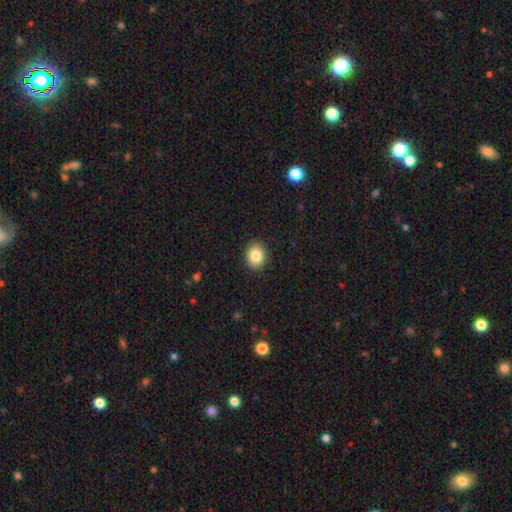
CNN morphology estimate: smooth_or_featured: smooth (p=0.84) [alt: star or artifact p=0.09]
how_rounded: round (p=0.51) [alt: in between p=0.48]
merging: none (p=0.91) [alt: minor disturbance p=0.07]